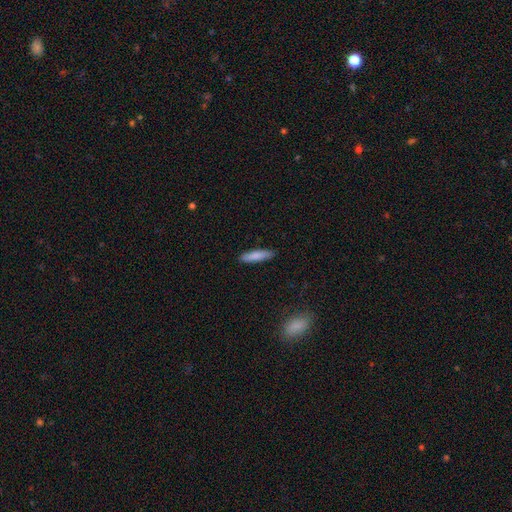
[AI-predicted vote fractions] Q: Smooth or featured?
A: smooth (83%); runner-up: featured or disk (11%)
Q: How rounded?
A: cigar-shaped (79%); runner-up: in between (20%)
Q: Merging?
A: none (89%); runner-up: minor disturbance (8%)